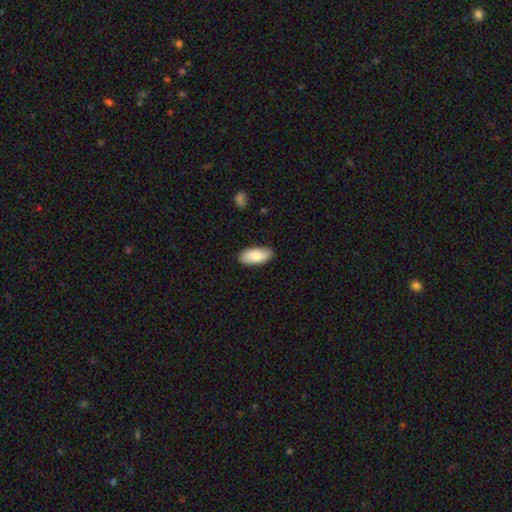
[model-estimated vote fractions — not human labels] smooth_or_featured: smooth (p=0.82) [alt: featured or disk p=0.12]
how_rounded: in between (p=0.92) [alt: cigar-shaped p=0.06]
merging: none (p=0.88) [alt: minor disturbance p=0.09]